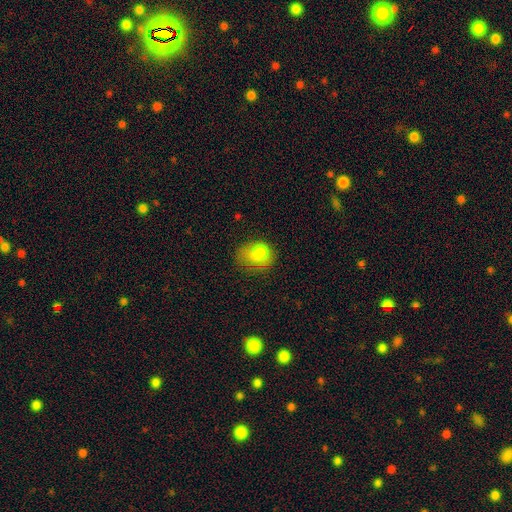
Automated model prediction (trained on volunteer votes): Smooth or featured: smooth — 72% (featured or disk — 17%)
How rounded: in between — 50% (round — 49%)
Merging: none — 34% (minor disturbance — 32%)